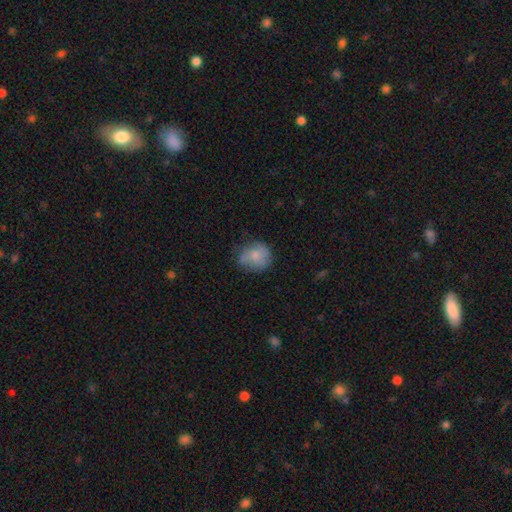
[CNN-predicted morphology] smooth-or-featured: smooth: 70% | featured or disk: 22% | star or artifact: 8%
  how-rounded: round: 70% | in between: 29% | cigar-shaped: 1%
  merging: none: 56% | minor disturbance: 29% | major disturbance: 11% | merger: 5%